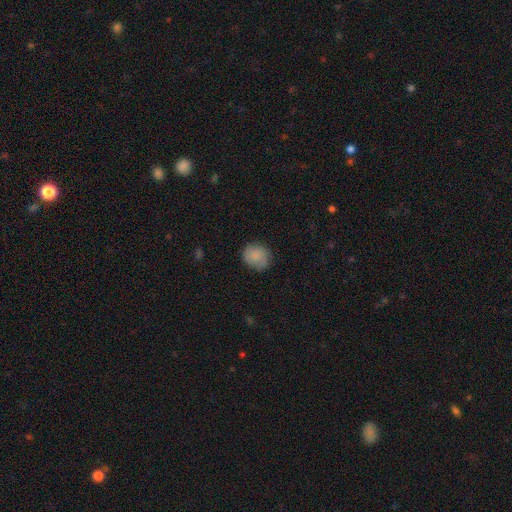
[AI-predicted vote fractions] Smooth or featured: smooth — 80% (featured or disk — 12%)
How rounded: round — 77% (in between — 23%)
Merging: none — 77% (minor disturbance — 17%)